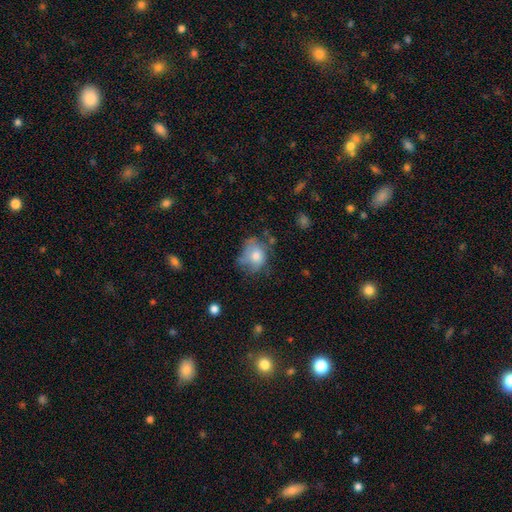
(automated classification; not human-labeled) smooth-or-featured: smooth: 69% | featured or disk: 23% | star or artifact: 9%
  how-rounded: in between: 51% | round: 48% | cigar-shaped: 1%
  merging: none: 41% | minor disturbance: 33% | major disturbance: 20% | merger: 5%